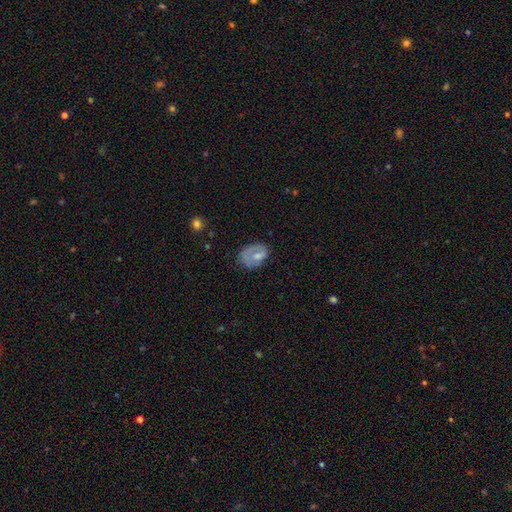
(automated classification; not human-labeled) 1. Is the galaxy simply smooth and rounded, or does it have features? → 57% smooth, 35% featured or disk, 8% star or artifact.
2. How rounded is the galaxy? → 78% in between, 21% round, 1% cigar-shaped.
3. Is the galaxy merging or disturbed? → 45% none, 30% minor disturbance, 22% major disturbance, 3% merger.